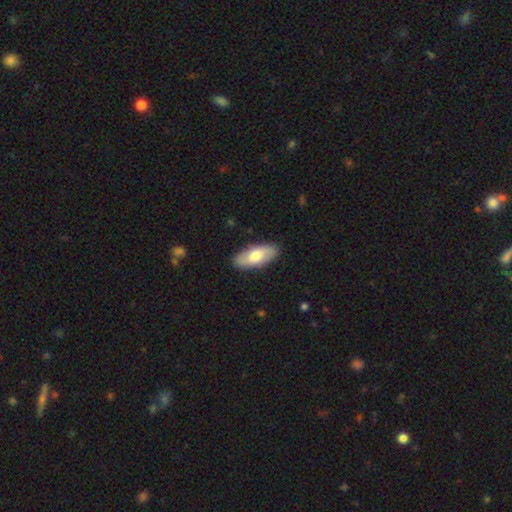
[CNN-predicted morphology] smooth-or-featured: smooth: 70% | featured or disk: 25% | star or artifact: 5%
  how-rounded: in between: 86% | cigar-shaped: 12% | round: 2%
  merging: none: 88% | minor disturbance: 9% | major disturbance: 2% | merger: 1%